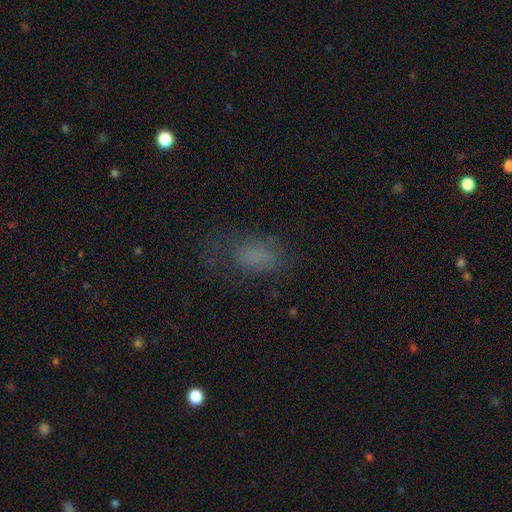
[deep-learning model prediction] Smooth or featured: smooth — 68% (star or artifact — 17%)
How rounded: in between — 87% (round — 9%)
Merging: none — 53% (major disturbance — 23%)